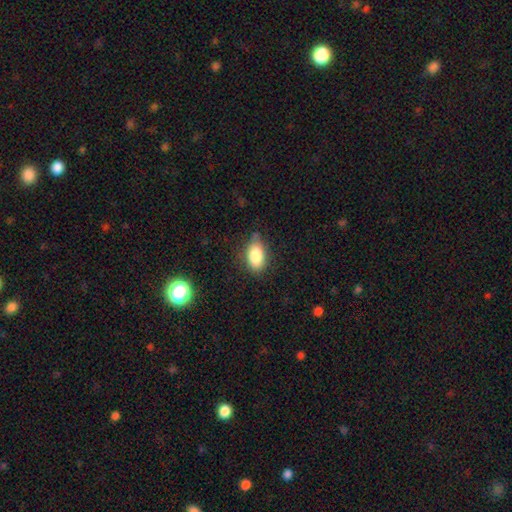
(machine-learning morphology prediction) Smooth or featured? Predicted: smooth (p=0.84). How rounded? Predicted: in between (p=0.89). Merging? Predicted: none (p=0.72).